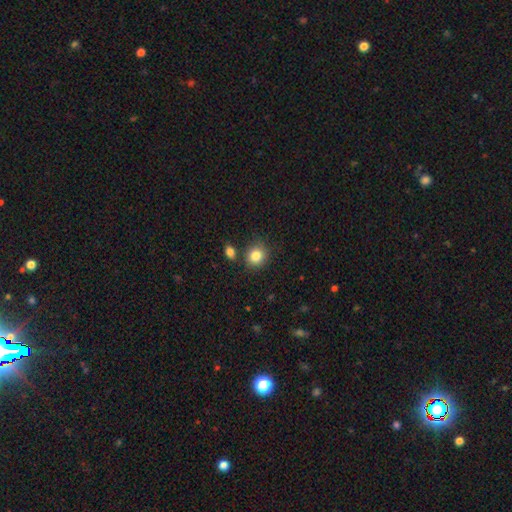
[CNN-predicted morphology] Smooth or featured? smooth (84%)
How rounded? round (79%)
Merging? none (80%)